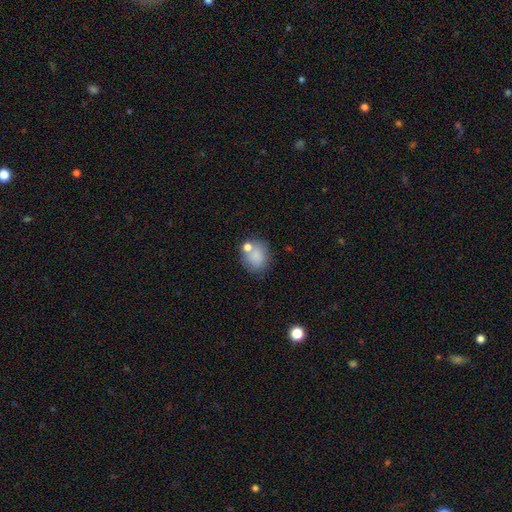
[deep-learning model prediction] smooth_or_featured: smooth (p=0.80) [alt: featured or disk p=0.10]
how_rounded: round (p=0.66) [alt: in between p=0.33]
merging: none (p=0.61) [alt: merger p=0.17]